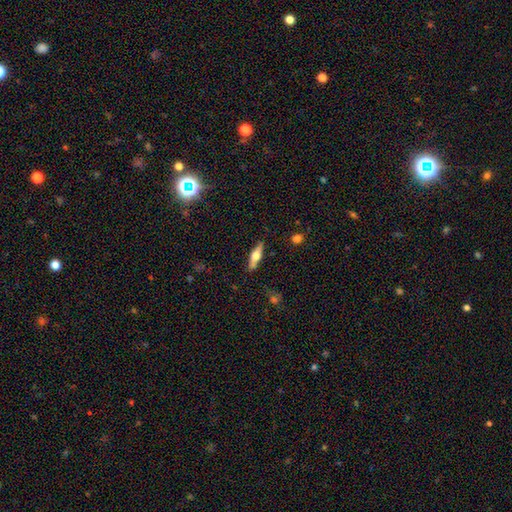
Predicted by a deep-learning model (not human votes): A featured or disk galaxy (49%).

Vote fractions:
- Smooth or featured? featured or disk: 49% / smooth: 45% / star or artifact: 6%
- Merging? none: 84% / minor disturbance: 12% / major disturbance: 3% / merger: 2%